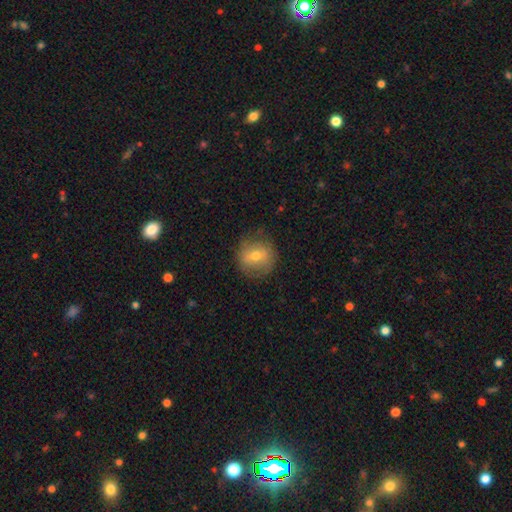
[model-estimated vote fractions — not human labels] Smooth or featured: smooth — 55% (featured or disk — 36%)
How rounded: round — 86% (in between — 13%)
Merging: none — 76% (minor disturbance — 16%)